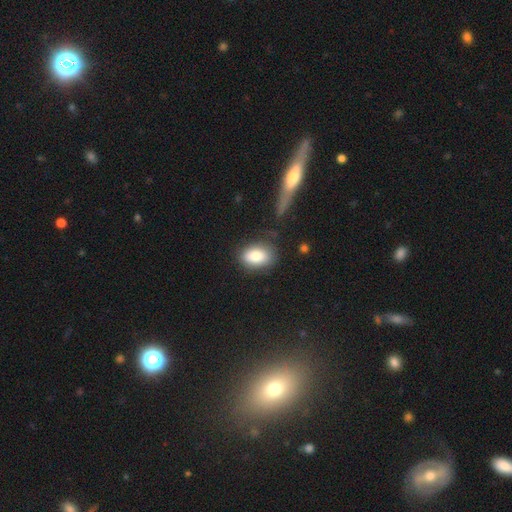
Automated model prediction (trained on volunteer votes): Smooth or featured? smooth (83%)
How rounded? in between (82%)
Merging? none (76%)